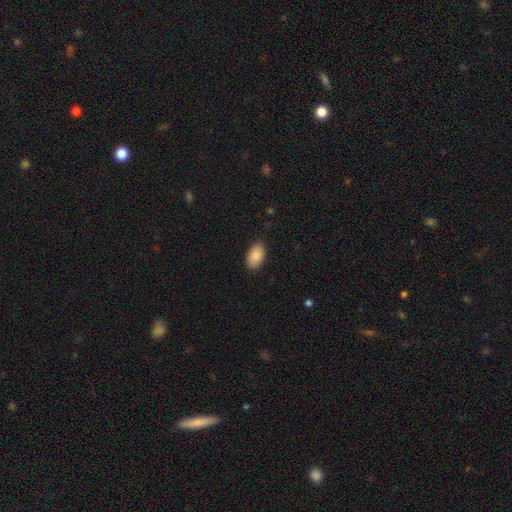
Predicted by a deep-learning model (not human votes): Smooth or featured: smooth — 89% (star or artifact — 6%)
How rounded: in between — 94% (round — 4%)
Merging: none — 88% (minor disturbance — 9%)